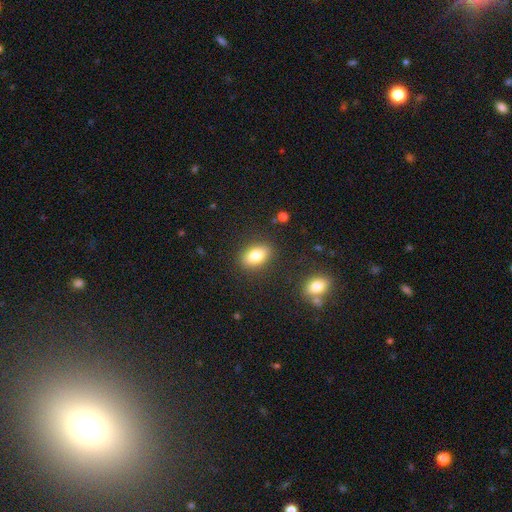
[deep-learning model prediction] The model was most divided on "smooth or featured": smooth: 81%, featured or disk: 10%, star or artifact: 9%. More confident: merging — none (86%); how rounded — in between (85%).